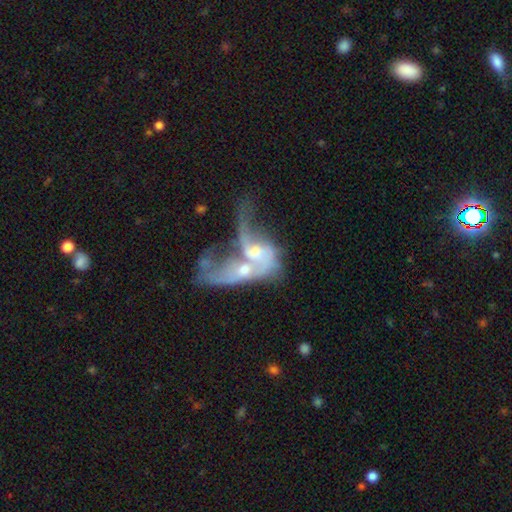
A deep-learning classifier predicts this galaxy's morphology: Smooth or featured? featured or disk (68%)
Edge-on disk? no (93%)
Bar? no (67%)
Spiral arms? yes (60%)
Bulge size? moderate (53%)
Merging? merger (72%)